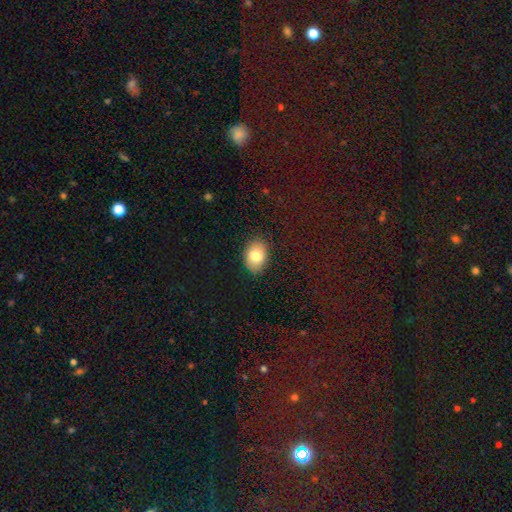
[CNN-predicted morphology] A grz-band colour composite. It shows a smooth galaxy with no disk features (81%) that is in between round and cigar-shaped (80%). Merging: none (86%).